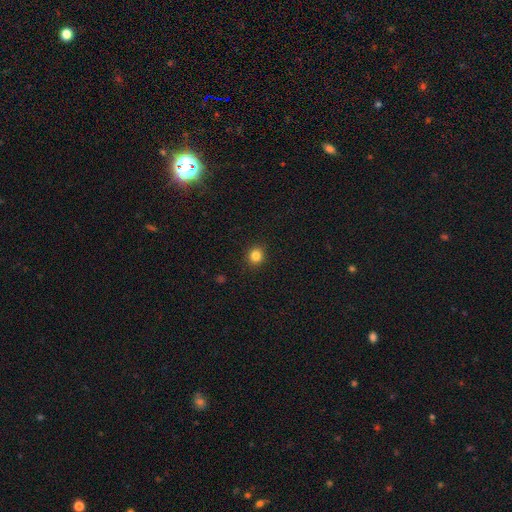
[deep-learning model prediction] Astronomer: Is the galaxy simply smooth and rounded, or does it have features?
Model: smooth — 84%.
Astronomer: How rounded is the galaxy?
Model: round — 85%.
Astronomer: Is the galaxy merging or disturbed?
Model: none — 91%.